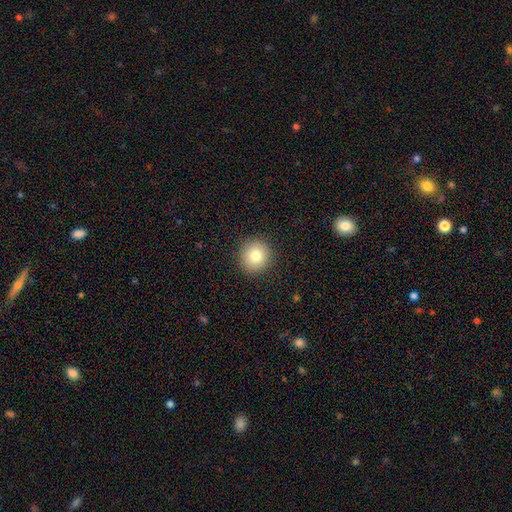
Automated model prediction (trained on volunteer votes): Smooth or featured?
  - smooth: 81% *
  - star or artifact: 10%
  - featured or disk: 8%
How rounded?
  - round: 93% *
  - in between: 6%
  - cigar-shaped: 1%
Merging?
  - none: 91% *
  - minor disturbance: 6%
  - major disturbance: 2%
  - merger: 1%